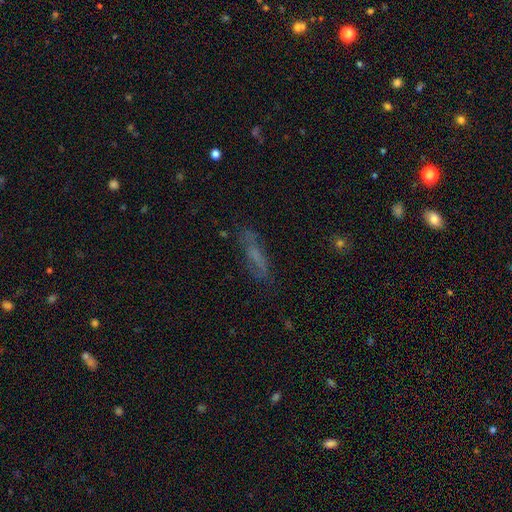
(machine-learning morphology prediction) Q: Smooth or featured?
A: smooth (47%); runner-up: featured or disk (35%)
Q: Merging?
A: none (67%); runner-up: minor disturbance (20%)